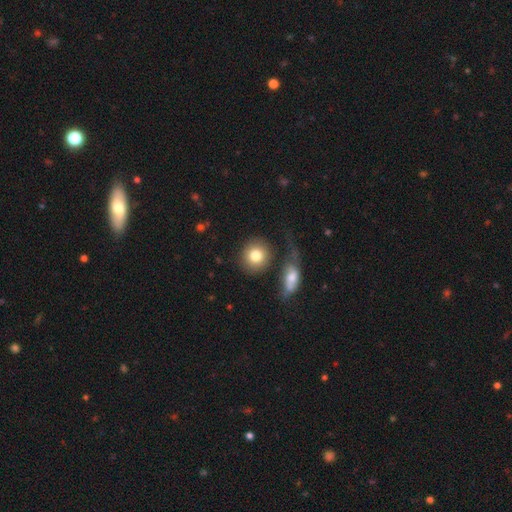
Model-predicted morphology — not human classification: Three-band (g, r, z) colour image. It shows a smooth galaxy with no disk features (80%) that is round (88%). Merging: none (67%).